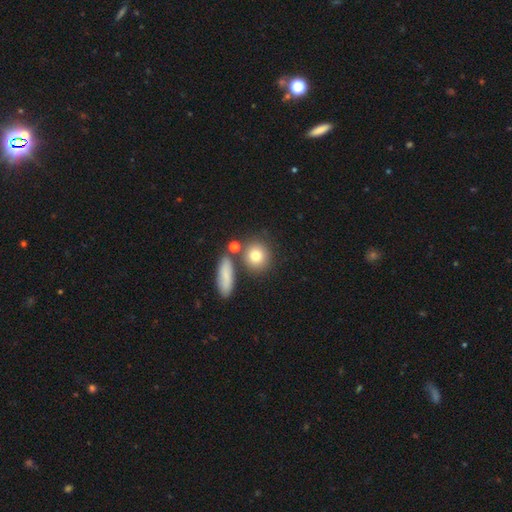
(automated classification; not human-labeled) Overall: smooth (79%). How rounded: round (82%). Merging: none (72%).